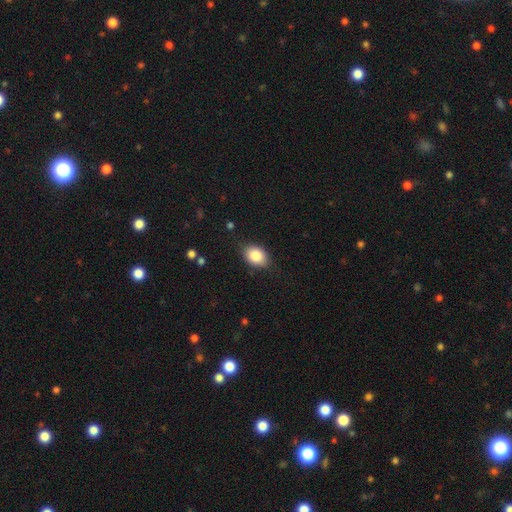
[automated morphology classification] This appears to be a smooth galaxy with no disk features (85%) that is in between round and cigar-shaped (76%). Merging: none (80%).